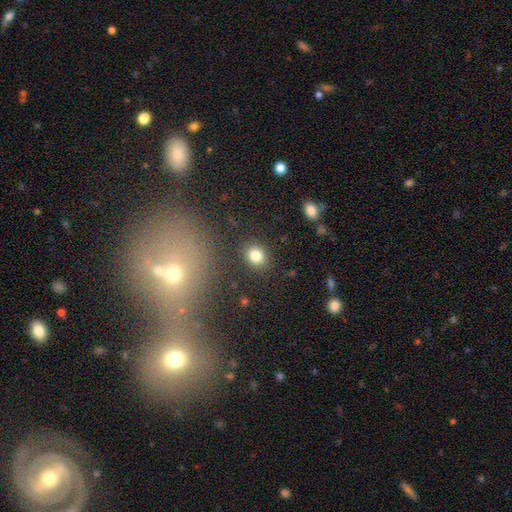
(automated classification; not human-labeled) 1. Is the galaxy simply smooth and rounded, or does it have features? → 82% smooth, 11% star or artifact, 6% featured or disk.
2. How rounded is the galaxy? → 59% round, 40% in between, 1% cigar-shaped.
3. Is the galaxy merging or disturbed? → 87% none, 8% minor disturbance, 3% major disturbance, 2% merger.